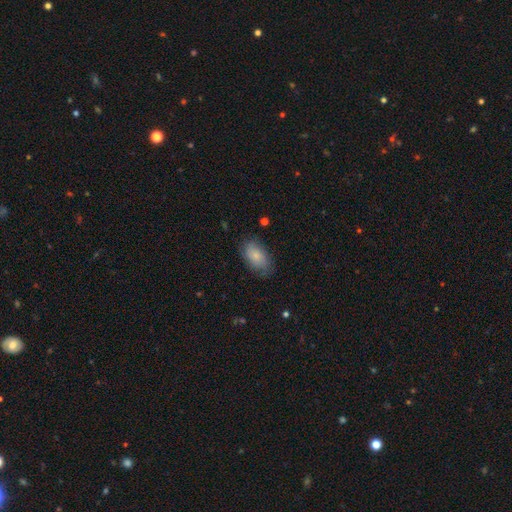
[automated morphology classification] Smooth or featured?
  - smooth: 78% *
  - featured or disk: 15%
  - star or artifact: 7%
How rounded?
  - in between: 92% *
  - round: 6%
  - cigar-shaped: 2%
Merging?
  - none: 73% *
  - minor disturbance: 20%
  - major disturbance: 5%
  - merger: 1%